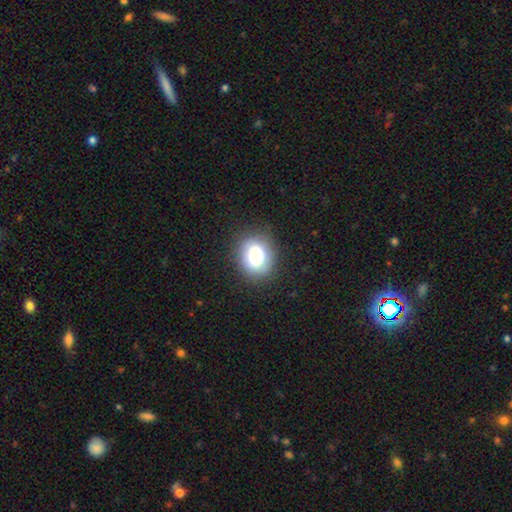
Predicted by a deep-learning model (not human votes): This is likely a smooth galaxy (79%). How rounded: possibly round (52%). Merging: clearly none (82%).